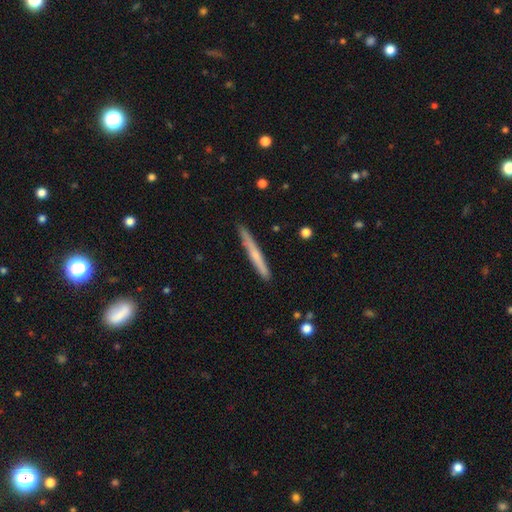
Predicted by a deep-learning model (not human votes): A smooth galaxy with no disk features (56%) that is cigar-shaped (97%).

Vote fractions:
- Smooth or featured? smooth: 56% / featured or disk: 39% / star or artifact: 6%
- How rounded? cigar-shaped: 97% / in between: 2% / round: 1%
- Merging? none: 88% / minor disturbance: 9% / major disturbance: 2% / merger: 1%